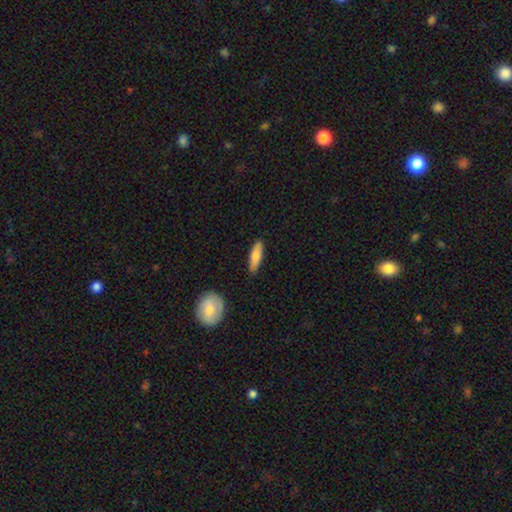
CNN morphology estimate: Smooth or featured?
  - smooth: 75% *
  - featured or disk: 20%
  - star or artifact: 6%
How rounded?
  - cigar-shaped: 61% *
  - in between: 37%
  - round: 2%
Merging?
  - none: 88% *
  - minor disturbance: 8%
  - major disturbance: 2%
  - merger: 2%